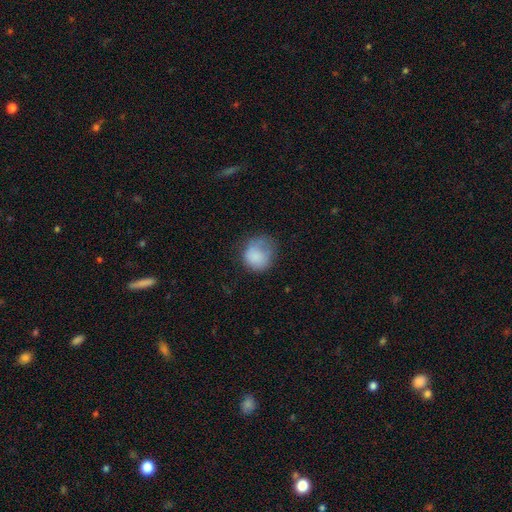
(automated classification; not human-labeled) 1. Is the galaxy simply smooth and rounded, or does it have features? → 80% smooth, 12% featured or disk, 8% star or artifact.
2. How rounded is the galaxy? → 73% round, 27% in between, 1% cigar-shaped.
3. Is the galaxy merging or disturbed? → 40% none, 31% minor disturbance, 26% major disturbance, 3% merger.